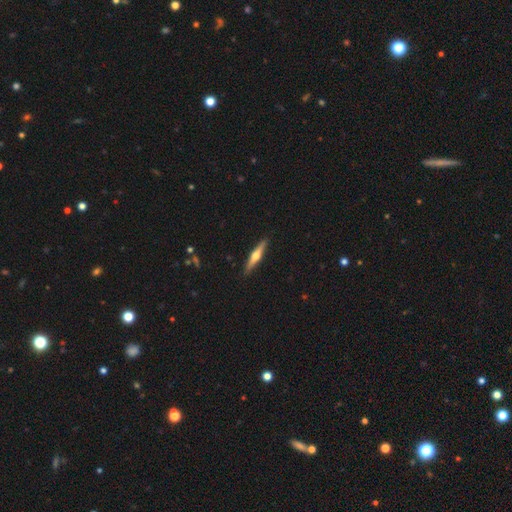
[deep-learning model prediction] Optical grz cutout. It shows a featured or disk galaxy (64%) viewed edge-on (97%) with a rounded central bulge (94%). Merging: none (91%).